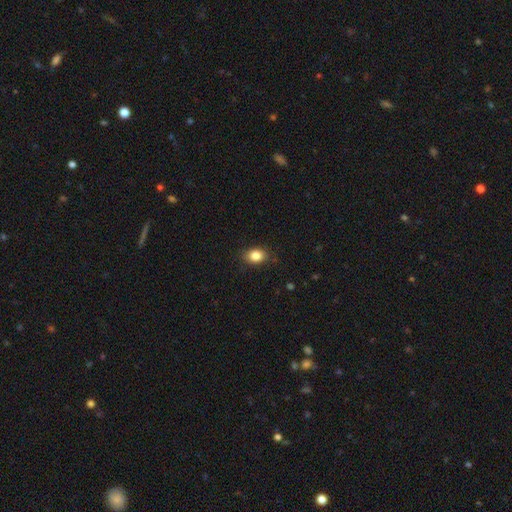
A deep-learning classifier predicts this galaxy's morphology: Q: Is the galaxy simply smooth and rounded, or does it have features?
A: smooth — 85%.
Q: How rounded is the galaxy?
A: in between — 72%.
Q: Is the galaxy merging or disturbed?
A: none — 85%.